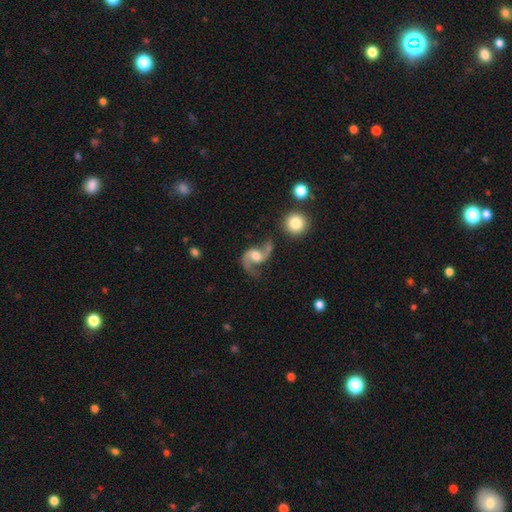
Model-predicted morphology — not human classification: A featured or disk galaxy (89%) with no bar (55%), 2 (93%) loose (65%) spiral arms (97%) and a moderate central bulge (64%).

Vote fractions:
- Smooth or featured? featured or disk: 89% / smooth: 6% / star or artifact: 5%
- Edge-on disk? no: 98% / yes: 2%
- Bar? no: 55% / weak: 35% / strong: 10%
- Spiral arms? yes: 97% / no: 3%
- Spiral winding? loose: 65% / medium: 29% / tight: 5%
- Spiral arm count? 2: 93% / 1: 3% / can't tell: 1% / 3: 1% / 4: 1% / more than 4: 1%
- Bulge size? moderate: 64% / large: 18% / small: 14% / none: 3% / dominant: 2%
- Merging? none: 62% / minor disturbance: 16% / major disturbance: 14% / merger: 7%